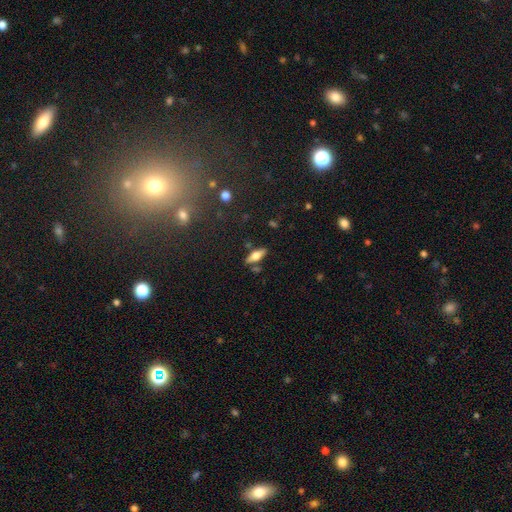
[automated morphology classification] Q: Smooth or featured?
A: smooth (49%); runner-up: featured or disk (44%)
Q: Merging?
A: none (80%); runner-up: minor disturbance (11%)